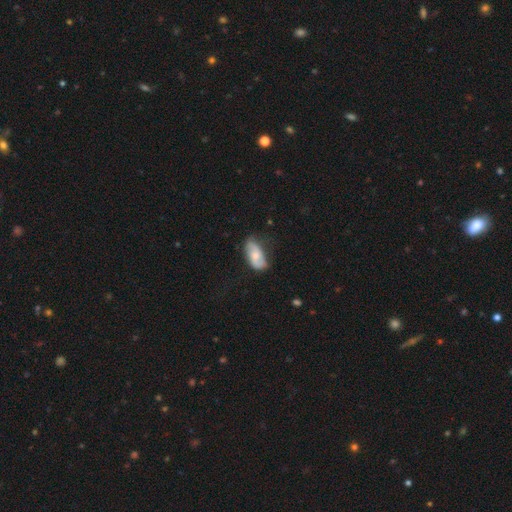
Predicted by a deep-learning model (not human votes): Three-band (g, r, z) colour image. It shows a smooth galaxy with no disk features (50%) that is in between round and cigar-shaped (91%). Merging: none (59%).